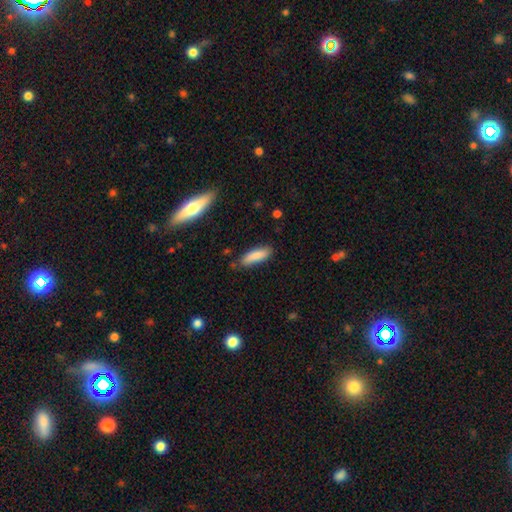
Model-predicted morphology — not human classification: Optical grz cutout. It shows a smooth galaxy with no disk features (85%) that is cigar-shaped (53%). Merging: none (82%).